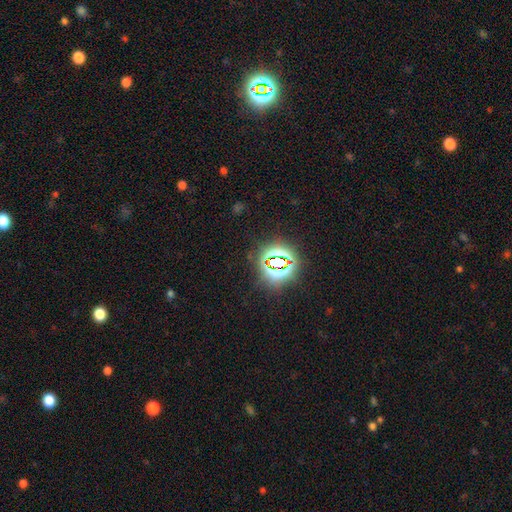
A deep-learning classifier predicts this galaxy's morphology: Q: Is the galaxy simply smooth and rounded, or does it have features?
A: star or artifact — 81%.